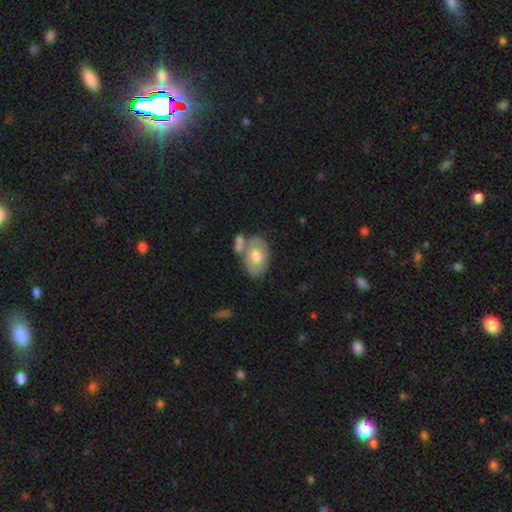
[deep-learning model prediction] Morphology: type=smooth (58%); roundness=in between (84%); merging=none (51%).